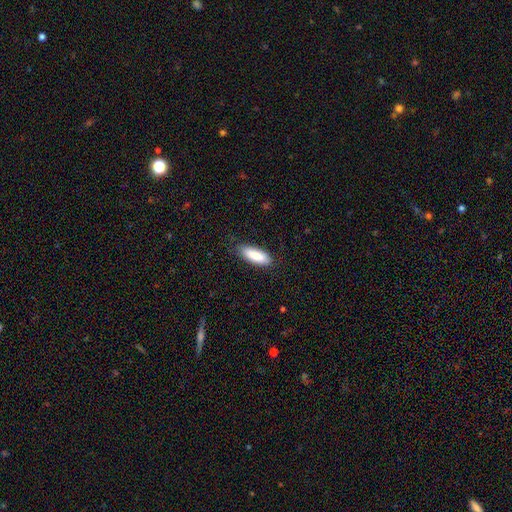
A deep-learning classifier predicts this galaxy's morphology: smooth-or-featured: smooth: 84% | featured or disk: 10% | star or artifact: 6%
  how-rounded: in between: 65% | cigar-shaped: 33% | round: 2%
  merging: none: 82% | minor disturbance: 14% | major disturbance: 3% | merger: 1%